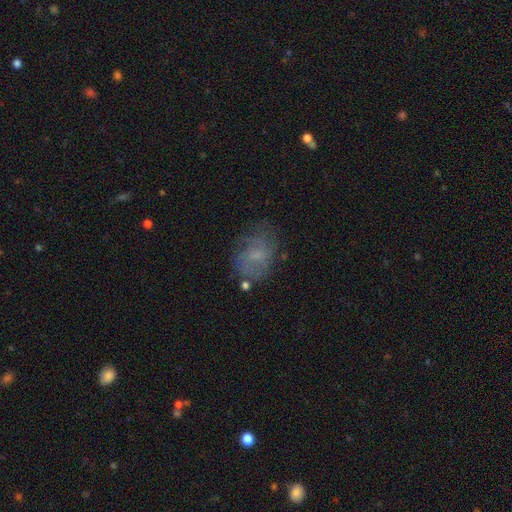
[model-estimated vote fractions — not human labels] Smooth or featured? Predicted: featured or disk (p=0.51). Edge-on disk? Predicted: no (p=0.97). Merging? Predicted: none (p=0.62).